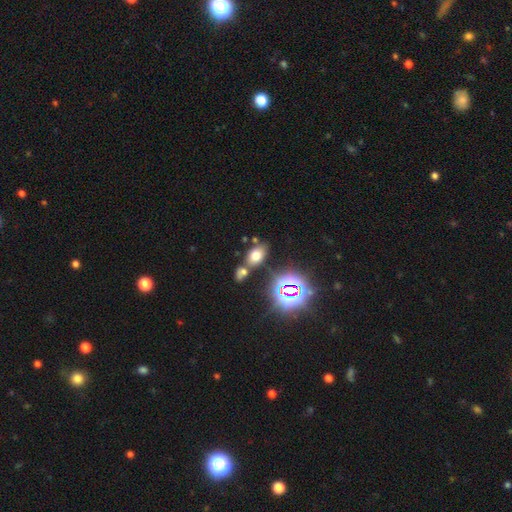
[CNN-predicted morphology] The model was most divided on "smooth or featured": smooth: 61%, star or artifact: 26%, featured or disk: 13%. More confident: how rounded — in between (83%); merging — none (64%).